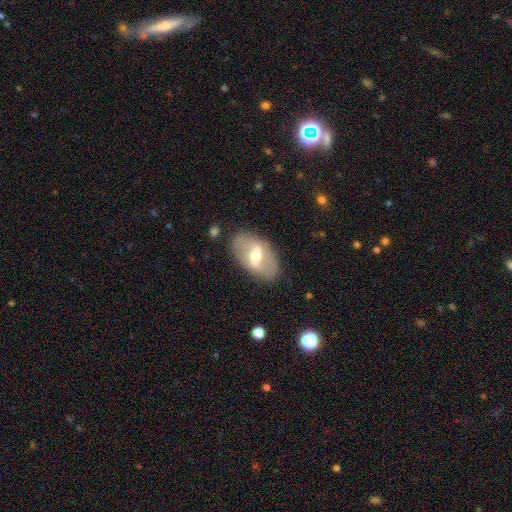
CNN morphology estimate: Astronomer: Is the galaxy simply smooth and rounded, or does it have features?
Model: featured or disk — 57% (runner-up: smooth, 37%).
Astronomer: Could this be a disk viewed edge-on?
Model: no — 86%.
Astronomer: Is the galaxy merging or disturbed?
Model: none — 83%.